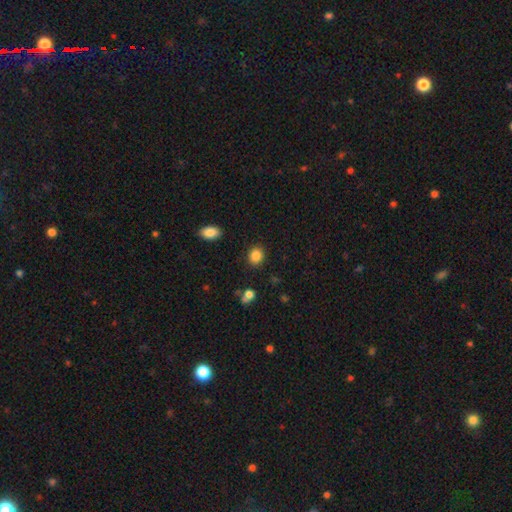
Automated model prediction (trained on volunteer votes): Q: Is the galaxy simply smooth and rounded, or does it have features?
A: smooth — 86%.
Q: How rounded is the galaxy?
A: round — 68%.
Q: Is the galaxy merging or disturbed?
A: none — 88%.